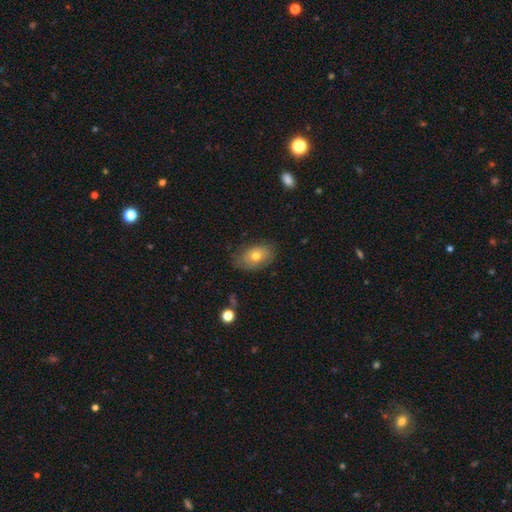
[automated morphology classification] This appears to be a smooth galaxy with no disk features (71%) that is in between round and cigar-shaped (85%). Merging: none (72%).